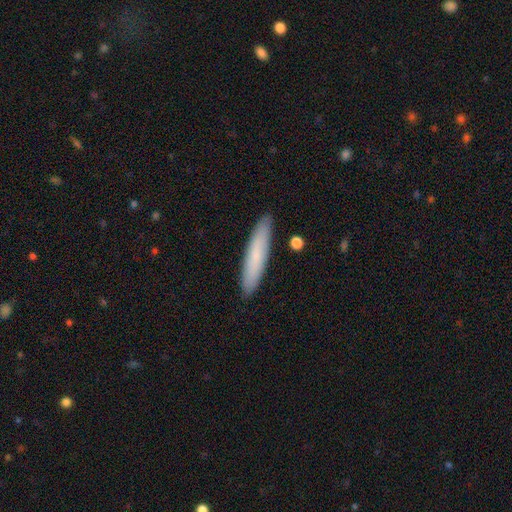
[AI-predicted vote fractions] Smooth or featured? Predicted: smooth (p=0.73). How rounded? Predicted: cigar-shaped (p=0.86). Merging? Predicted: none (p=0.89).